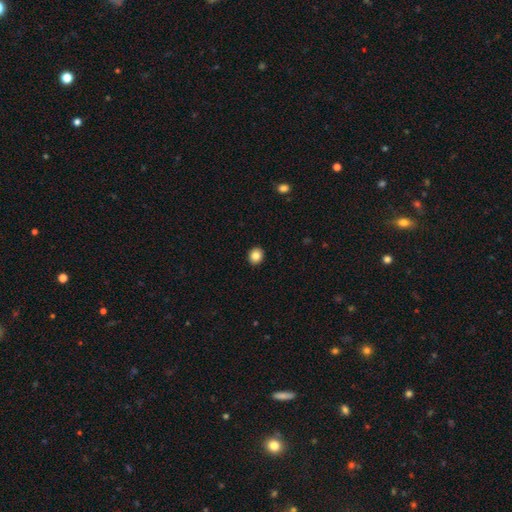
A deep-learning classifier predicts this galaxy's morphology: This is clearly a smooth galaxy (85%). How rounded: clearly round (82%). Merging: clearly none (93%).